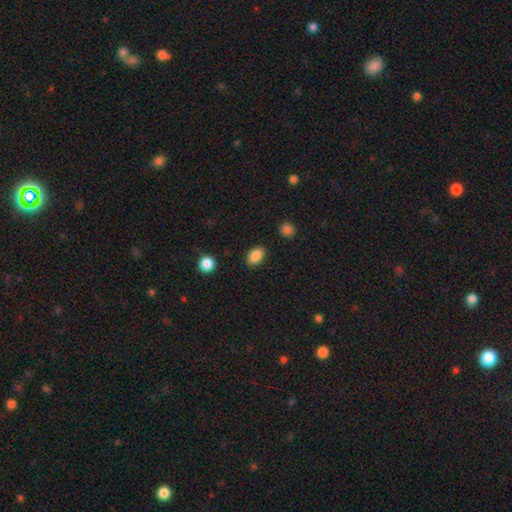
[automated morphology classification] type=smooth (87%); roundness=in between (85%); merging=none (87%).